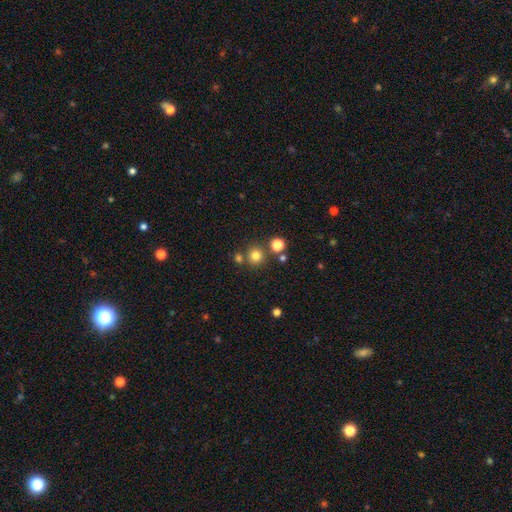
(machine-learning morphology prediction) The model was most divided on "smooth or featured": smooth: 77%, star or artifact: 17%, featured or disk: 6%. More confident: how rounded — round (94%); merging — none (78%).